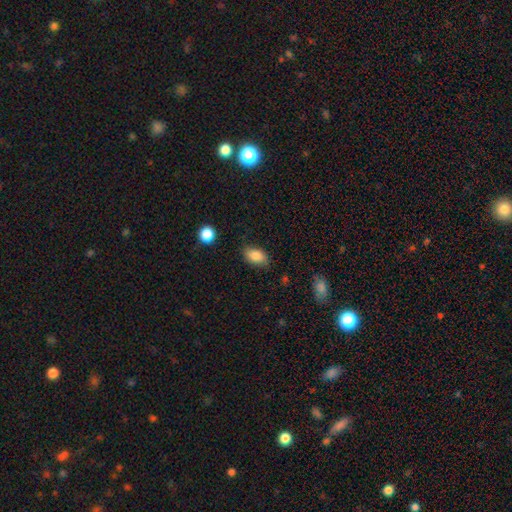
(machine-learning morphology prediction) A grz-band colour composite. It shows a smooth galaxy with no disk features (85%) that is in between round and cigar-shaped (89%). Merging: none (79%).